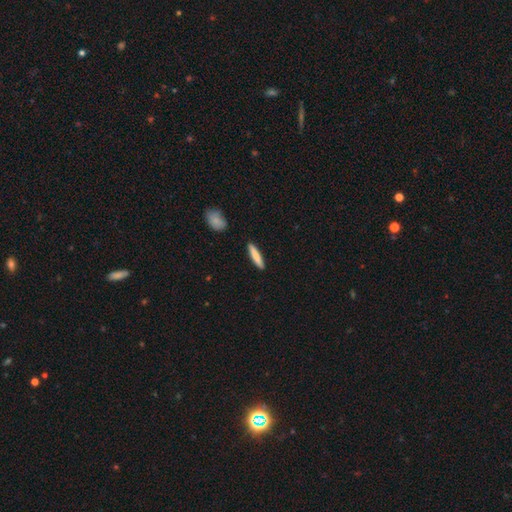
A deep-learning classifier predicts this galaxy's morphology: This appears to be a smooth galaxy with no disk features (82%) that is cigar-shaped (88%). Merging: none (90%).